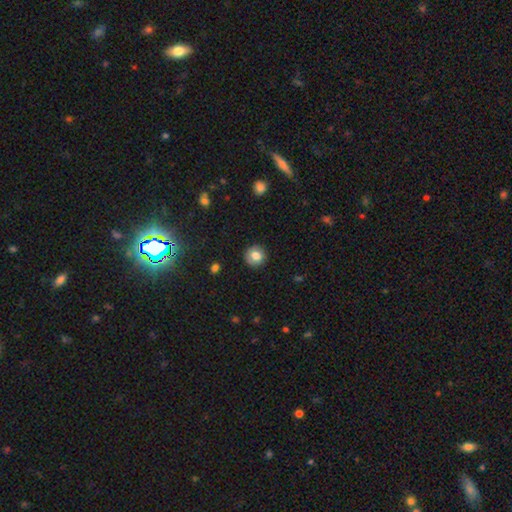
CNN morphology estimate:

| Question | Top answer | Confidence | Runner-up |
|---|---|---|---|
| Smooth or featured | smooth | 81% | featured or disk (10%) |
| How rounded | round | 92% | in between (7%) |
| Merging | none | 90% | minor disturbance (7%) |